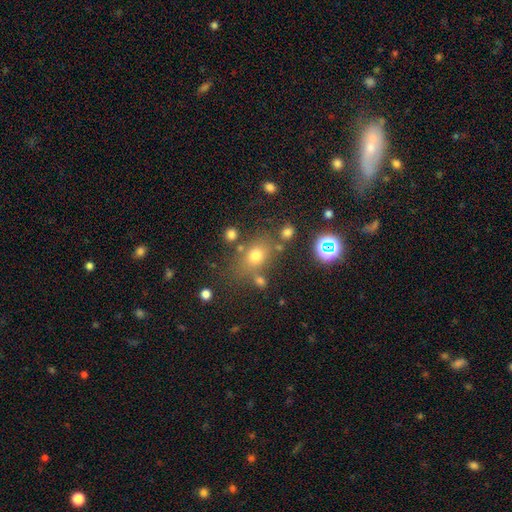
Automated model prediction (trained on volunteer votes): smooth_or_featured: smooth (p=0.67) [alt: star or artifact p=0.20]
how_rounded: in between (p=0.52) [alt: round p=0.46]
merging: none (p=0.68) [alt: minor disturbance p=0.15]